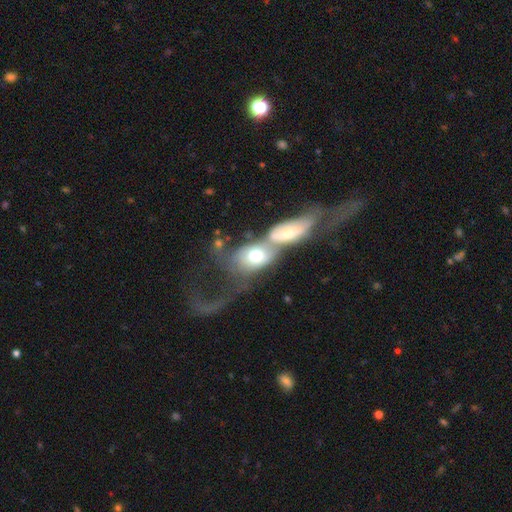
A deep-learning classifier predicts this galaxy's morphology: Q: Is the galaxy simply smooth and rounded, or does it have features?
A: smooth — 56%.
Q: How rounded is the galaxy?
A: in between — 79%.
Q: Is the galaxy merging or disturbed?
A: merger — 71%.